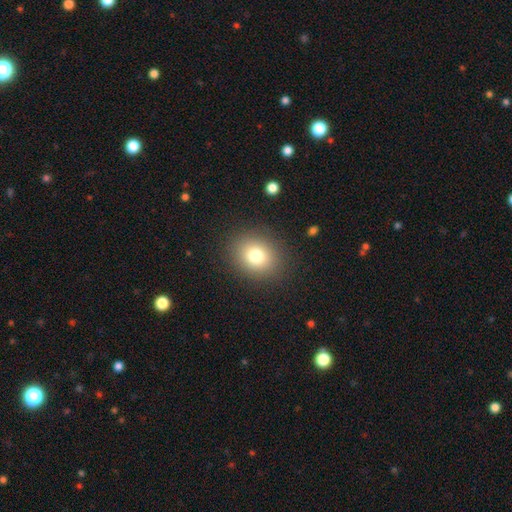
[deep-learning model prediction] Smooth or featured?
  - smooth: 78% *
  - star or artifact: 12%
  - featured or disk: 10%
How rounded?
  - round: 65% *
  - in between: 34%
  - cigar-shaped: 1%
Merging?
  - none: 87% *
  - minor disturbance: 8%
  - major disturbance: 4%
  - merger: 1%